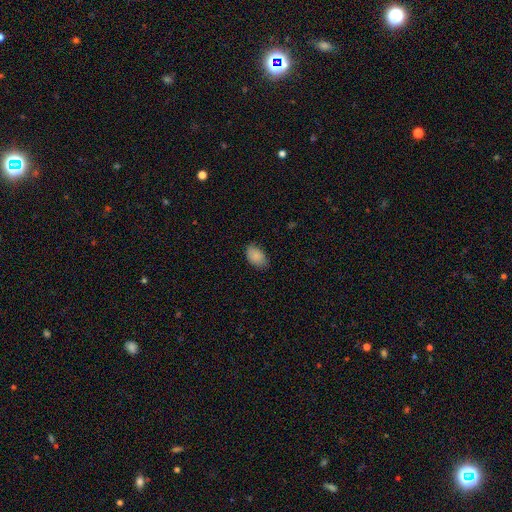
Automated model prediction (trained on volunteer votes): This appears to be a smooth galaxy with no disk features (87%) that is in between round and cigar-shaped (91%). Merging: none (78%).